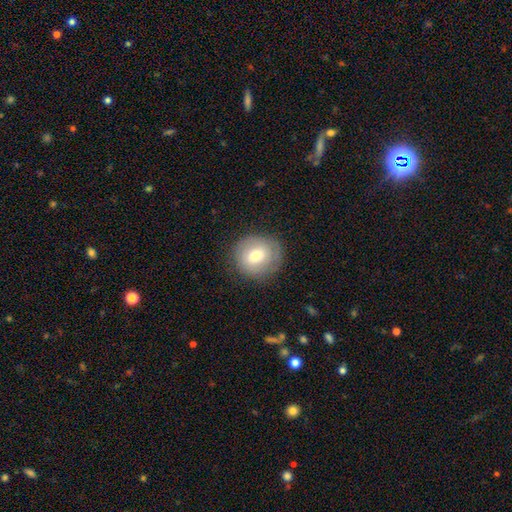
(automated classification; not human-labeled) Smooth or featured? smooth (68%)
How rounded? round (82%)
Merging? none (82%)